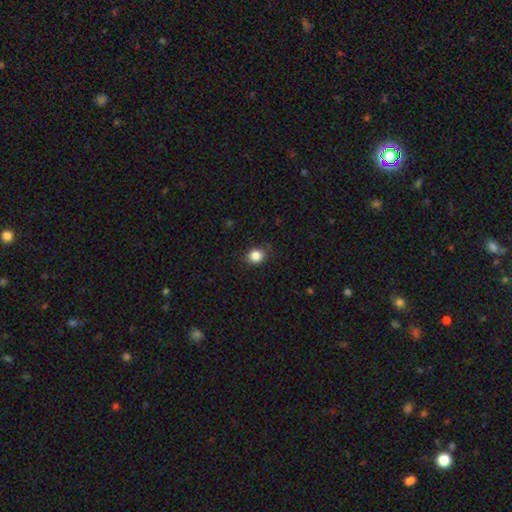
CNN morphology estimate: smooth_or_featured: smooth (p=0.85) [alt: star or artifact p=0.11]
how_rounded: round (p=0.74) [alt: in between p=0.25]
merging: none (p=0.85) [alt: minor disturbance p=0.11]